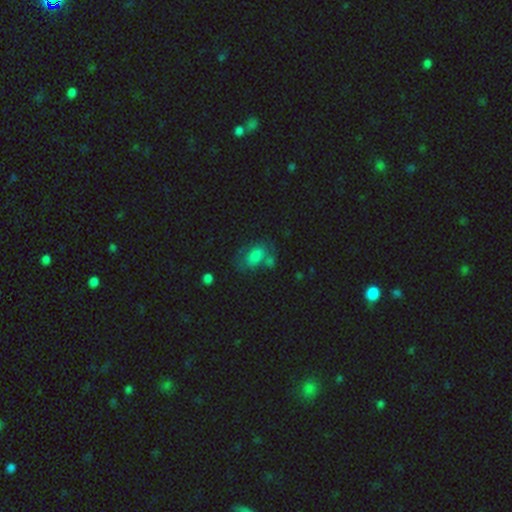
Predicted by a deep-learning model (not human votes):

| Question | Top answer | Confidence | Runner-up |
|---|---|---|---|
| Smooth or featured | smooth | 62% | featured or disk (25%) |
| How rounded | in between | 81% | round (17%) |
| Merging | none | 47% | minor disturbance (23%) |